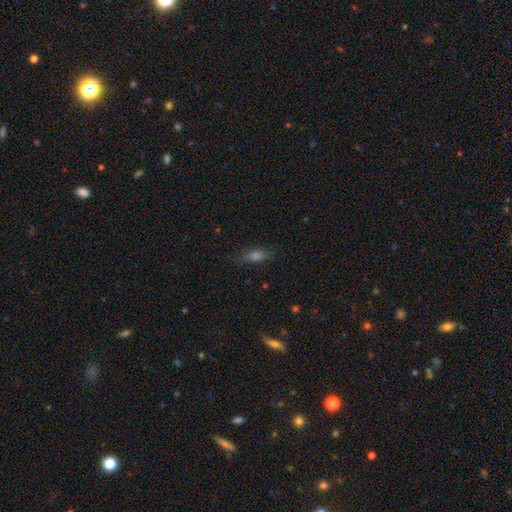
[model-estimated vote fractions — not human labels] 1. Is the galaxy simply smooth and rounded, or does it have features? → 66% smooth, 18% star or artifact, 16% featured or disk.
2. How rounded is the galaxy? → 68% in between, 21% cigar-shaped, 11% round.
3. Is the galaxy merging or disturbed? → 82% none, 13% minor disturbance, 4% major disturbance, 1% merger.